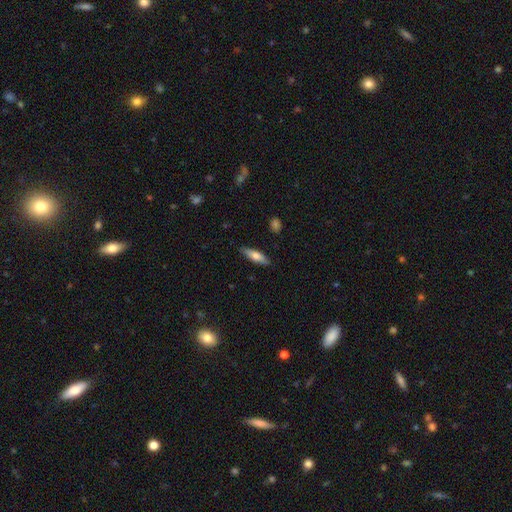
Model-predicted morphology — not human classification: smooth 69%, featured or disk 25%, star or artifact 6%. Down the decision tree: how rounded — cigar-shaped (58%); merging — none (86%).